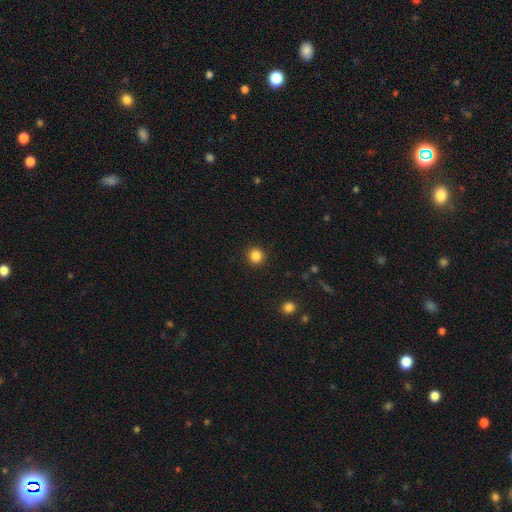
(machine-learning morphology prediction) Smooth or featured? Predicted: smooth (p=0.85). How rounded? Predicted: round (p=0.93). Merging? Predicted: none (p=0.92).